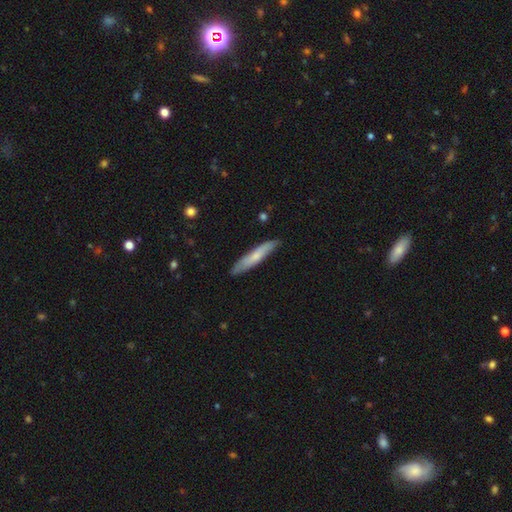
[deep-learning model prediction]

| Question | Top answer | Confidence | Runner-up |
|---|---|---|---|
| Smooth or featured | smooth | 63% | featured or disk (32%) |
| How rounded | cigar-shaped | 90% | in between (8%) |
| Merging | none | 84% | minor disturbance (13%) |